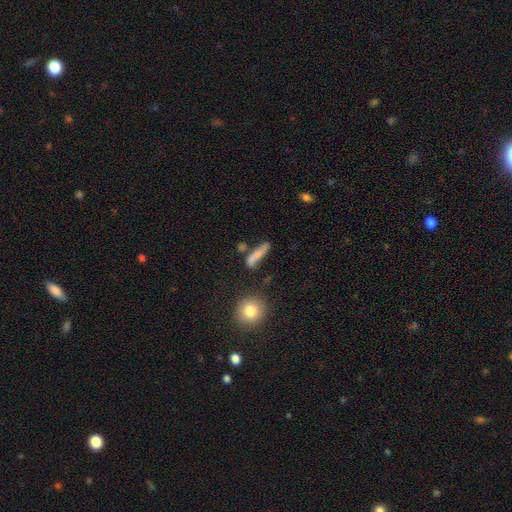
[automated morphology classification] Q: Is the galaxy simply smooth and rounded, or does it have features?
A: smooth — 67%.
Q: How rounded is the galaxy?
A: cigar-shaped — 78%.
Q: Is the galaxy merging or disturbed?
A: none — 57%.